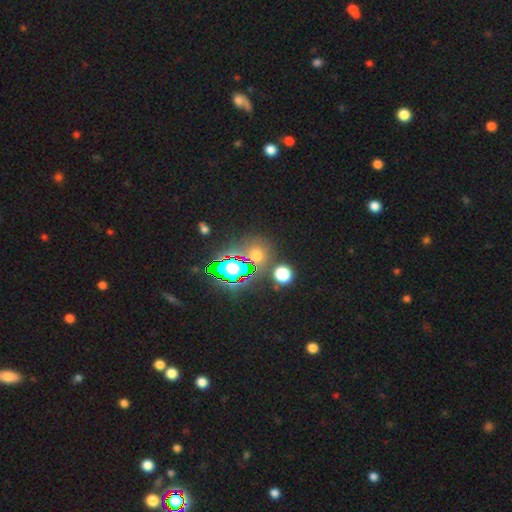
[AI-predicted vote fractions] smooth 47%, star or artifact 45%, featured or disk 9%. Down the decision tree: merging — none (73%).